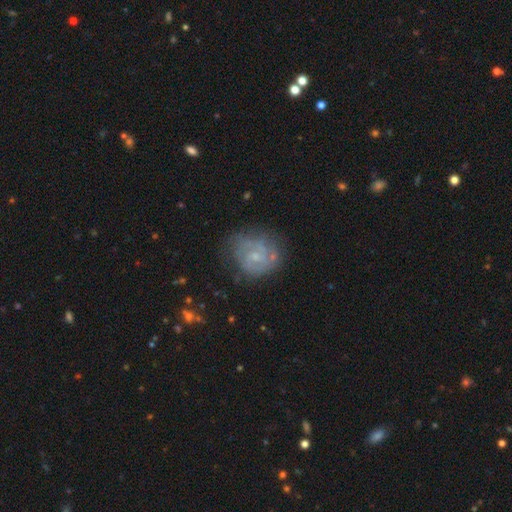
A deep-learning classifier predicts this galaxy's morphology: Smooth or featured? featured or disk (68%)
Edge-on disk? no (98%)
Bar? no (56%)
Spiral arms? yes (80%)
Spiral winding? tight (44%)
Spiral arm count? 2 (47%)
Bulge size? small (63%)
Merging? none (62%)